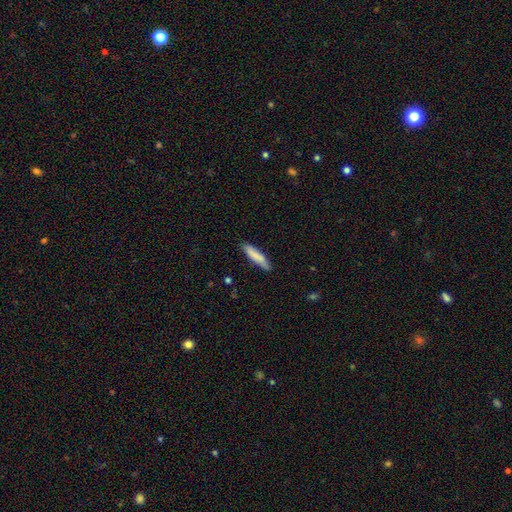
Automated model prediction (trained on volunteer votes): A smooth galaxy with no disk features (81%) that is cigar-shaped (82%). Merging: none (83%).